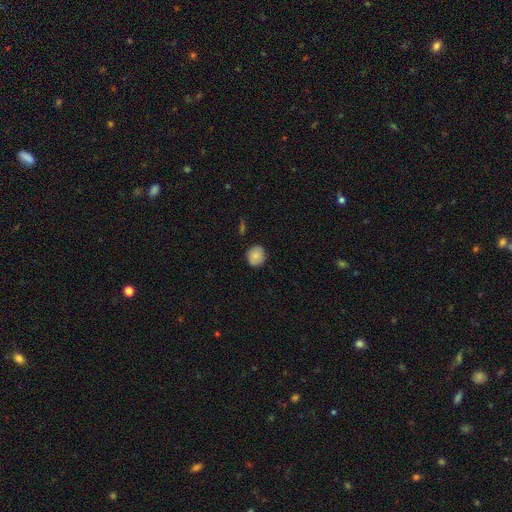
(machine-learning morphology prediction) Smooth or featured? Predicted: smooth (p=0.84). How rounded? Predicted: round (p=0.77). Merging? Predicted: none (p=0.87).